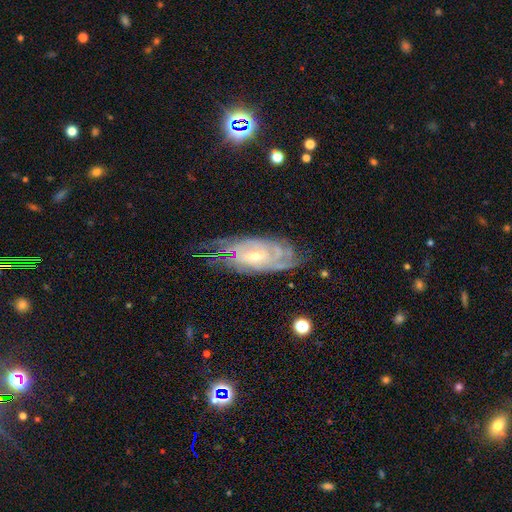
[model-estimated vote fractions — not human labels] Overall: featured or disk (84%). Edge-on disk: no (91%). Bar: no (49%; weak 38%). Spiral arms: yes (95%). Spiral arm count: can't tell (42%; 4 16%). Spiral winding: tight (73%). Bulge size: small (65%; moderate 30%). Merging: none (69%).